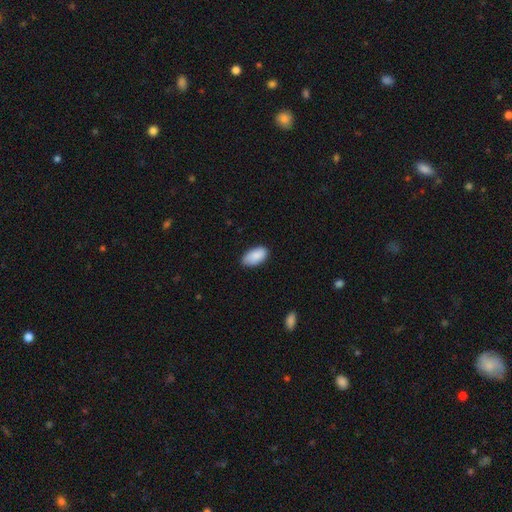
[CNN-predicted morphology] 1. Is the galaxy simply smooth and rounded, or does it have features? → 89% smooth, 6% star or artifact, 5% featured or disk.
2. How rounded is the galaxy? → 95% in between, 3% cigar-shaped, 2% round.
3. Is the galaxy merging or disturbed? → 83% none, 14% minor disturbance, 2% major disturbance, 1% merger.